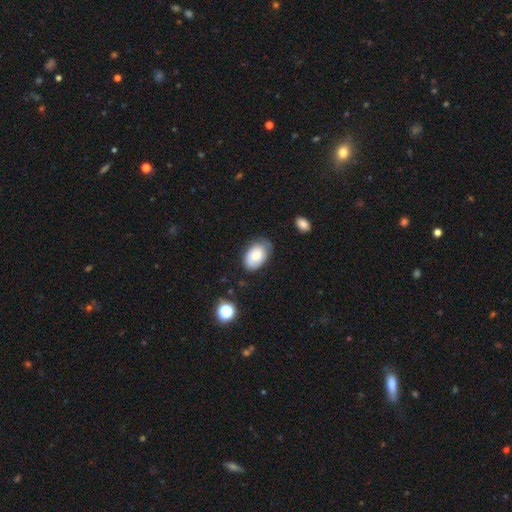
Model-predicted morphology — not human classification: smooth_or_featured: smooth (p=0.68) [alt: featured or disk p=0.24]
how_rounded: in between (p=0.88) [alt: round p=0.10]
merging: none (p=0.63) [alt: minor disturbance p=0.28]